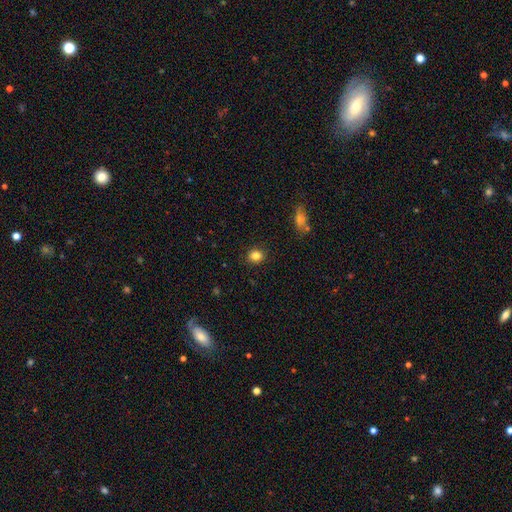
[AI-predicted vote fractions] The model was most divided on "how rounded": round: 76%, in between: 23%, cigar-shaped: 1%. More confident: merging — none (90%); smooth or featured — smooth (84%).